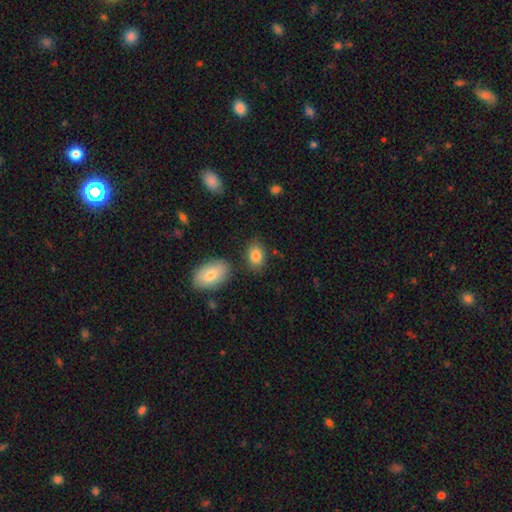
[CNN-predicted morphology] This is clearly a smooth galaxy (85%). How rounded: clearly in between (80%). Merging: likely none (77%).